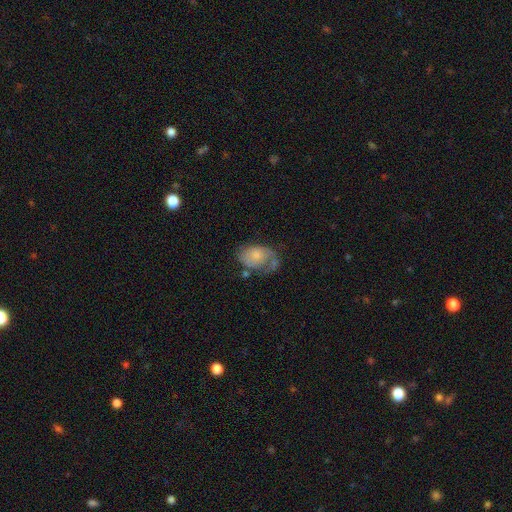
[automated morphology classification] type=smooth (54%); roundness=in between (84%); merging=none (36%).